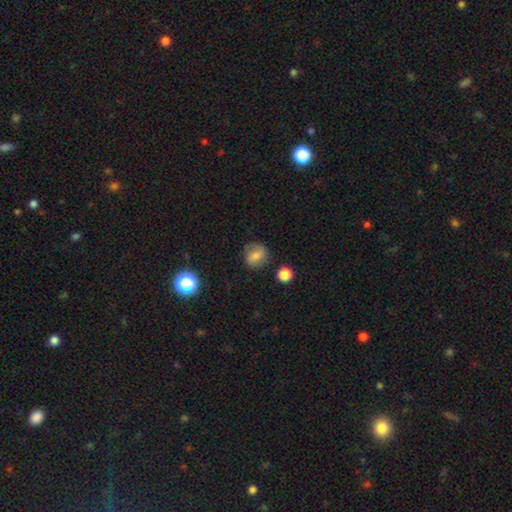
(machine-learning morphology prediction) Smooth or featured?
  - smooth: 68% *
  - featured or disk: 21%
  - star or artifact: 11%
How rounded?
  - round: 75% *
  - in between: 24%
  - cigar-shaped: 1%
Merging?
  - none: 75% *
  - minor disturbance: 17%
  - major disturbance: 6%
  - merger: 2%